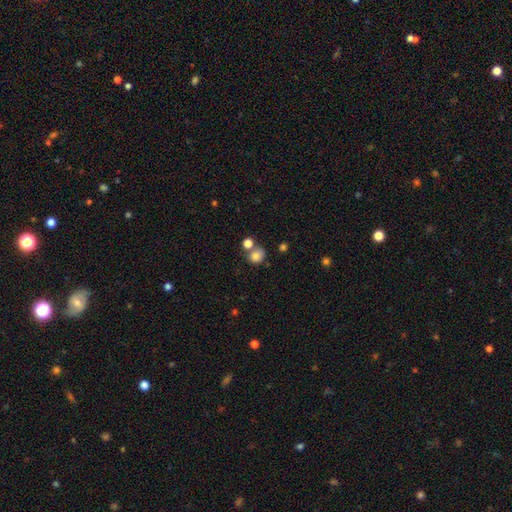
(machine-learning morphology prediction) Smooth or featured? smooth (80%)
How rounded? round (78%)
Merging? none (56%)